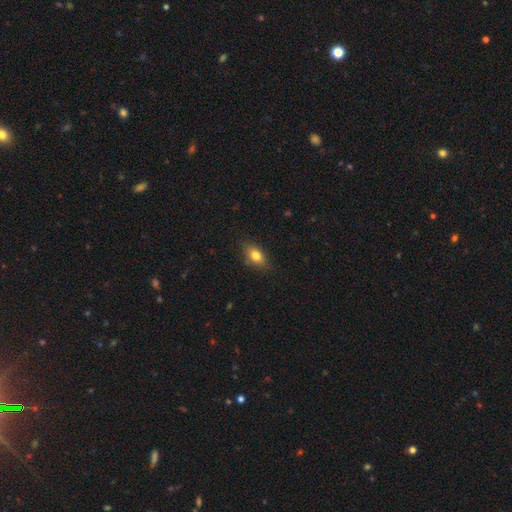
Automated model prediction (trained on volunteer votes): Overall: smooth (79%). How rounded: in between (81%). Merging: none (80%).